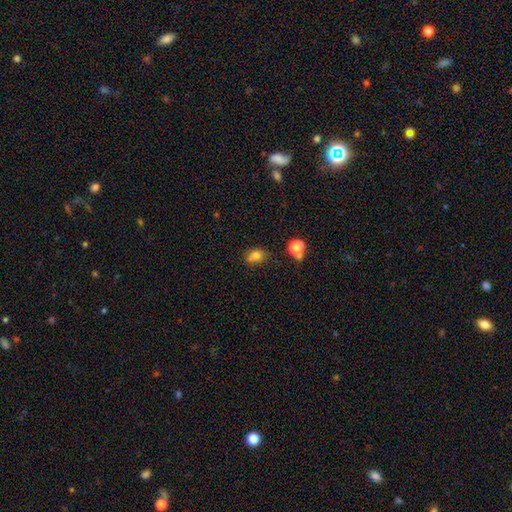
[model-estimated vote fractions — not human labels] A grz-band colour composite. It shows a smooth galaxy with no disk features (77%) that is in between round and cigar-shaped (63%). Merging: none (53%).